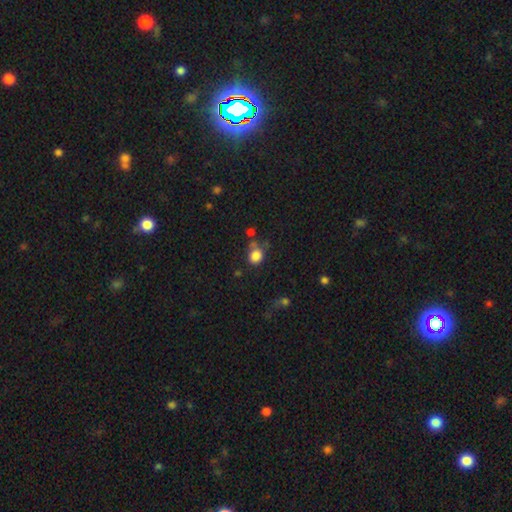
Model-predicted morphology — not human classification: The model was most divided on "how rounded": round: 67%, in between: 32%, cigar-shaped: 1%. More confident: smooth or featured — smooth (83%); merging — none (56%).